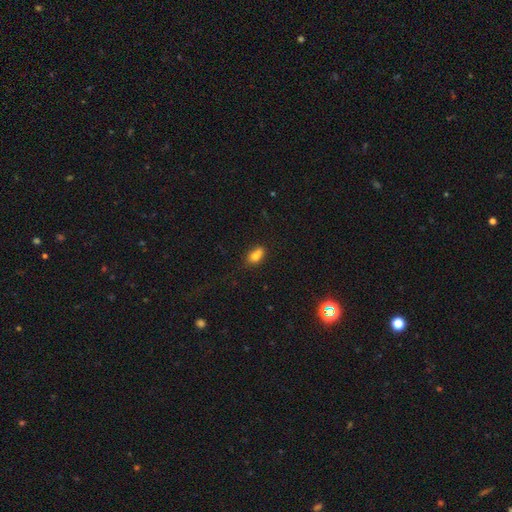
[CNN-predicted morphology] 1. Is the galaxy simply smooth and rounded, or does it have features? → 74% smooth, 14% featured or disk, 12% star or artifact.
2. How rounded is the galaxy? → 72% in between, 23% round, 5% cigar-shaped.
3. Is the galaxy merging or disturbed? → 46% none, 28% merger, 20% minor disturbance, 7% major disturbance.